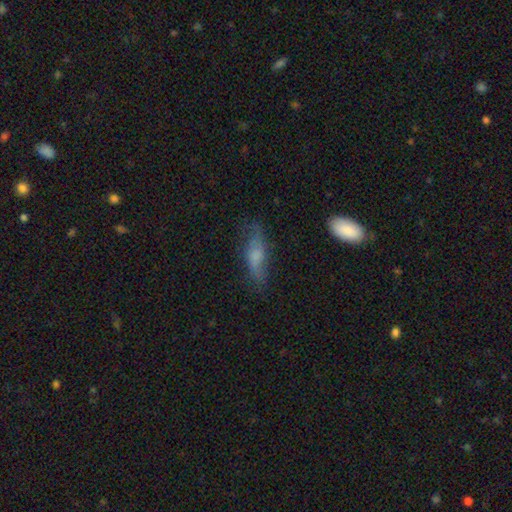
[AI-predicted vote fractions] smooth-or-featured: smooth: 51% | featured or disk: 39% | star or artifact: 9%
  how-rounded: in between: 54% | cigar-shaped: 42% | round: 4%
  merging: none: 59% | minor disturbance: 26% | major disturbance: 12% | merger: 3%